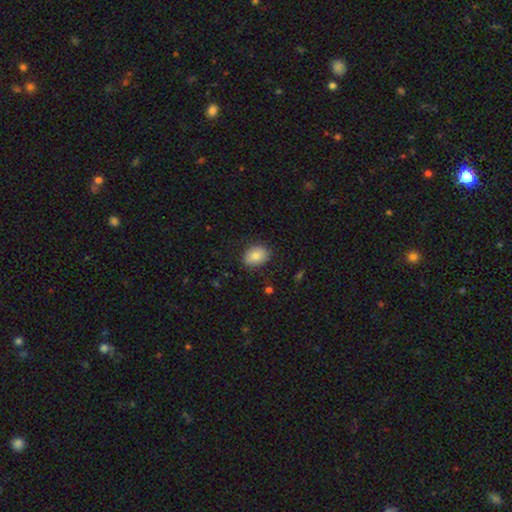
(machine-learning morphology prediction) smooth 80%, featured or disk 12%, star or artifact 8%. Down the decision tree: how rounded — in between (67%); merging — none (85%).